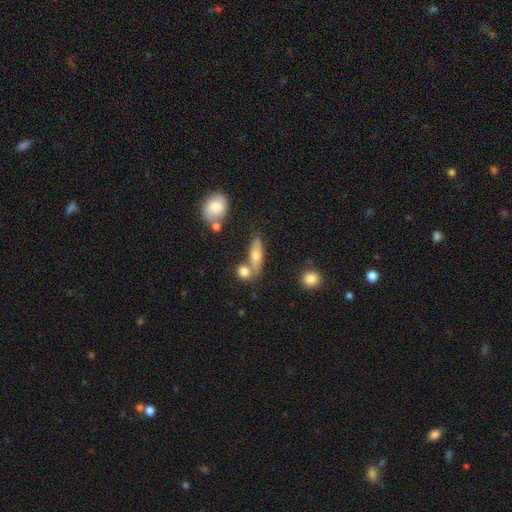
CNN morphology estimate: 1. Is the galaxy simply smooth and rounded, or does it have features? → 59% smooth, 31% featured or disk, 9% star or artifact.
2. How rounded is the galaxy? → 47% in between, 45% cigar-shaped, 9% round.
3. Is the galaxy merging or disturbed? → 57% none, 24% merger, 14% minor disturbance, 5% major disturbance.